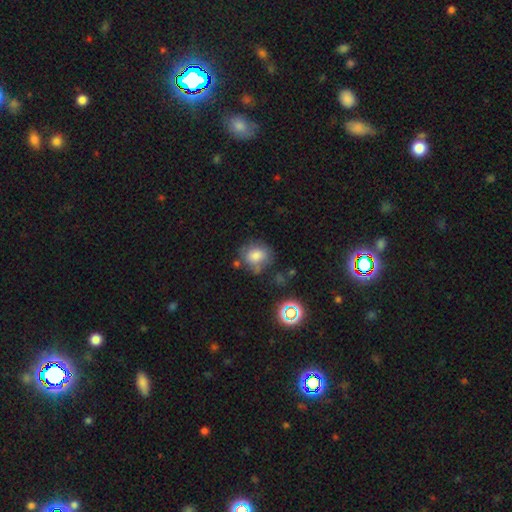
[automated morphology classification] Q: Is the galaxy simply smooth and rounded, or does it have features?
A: smooth — 75%.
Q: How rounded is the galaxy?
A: round — 60%.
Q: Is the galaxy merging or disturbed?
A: none — 60%.